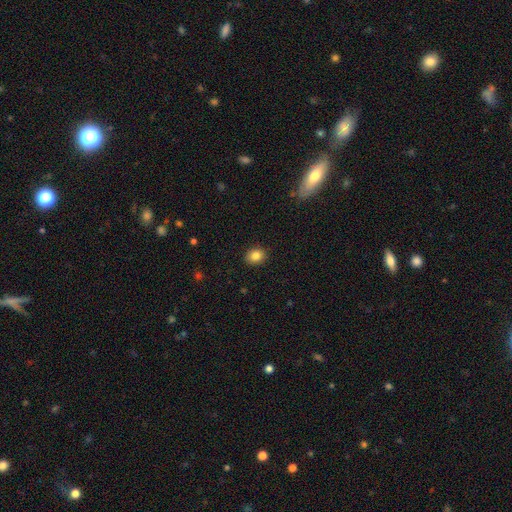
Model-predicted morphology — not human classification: Overall: smooth (84%). How rounded: round (59%; in between 41%). Merging: none (90%).